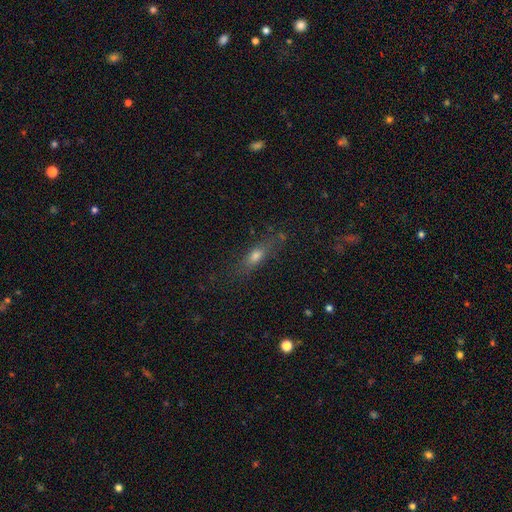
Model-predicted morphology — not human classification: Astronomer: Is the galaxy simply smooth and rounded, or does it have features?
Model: smooth — 60%.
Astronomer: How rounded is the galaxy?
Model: cigar-shaped — 50% (runner-up: in between, 44%).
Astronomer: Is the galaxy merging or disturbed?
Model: none — 74%.